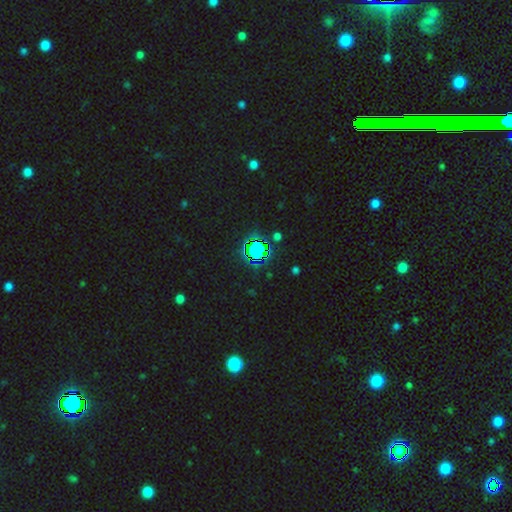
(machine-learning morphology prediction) Smooth or featured? Predicted: star or artifact (p=0.74).